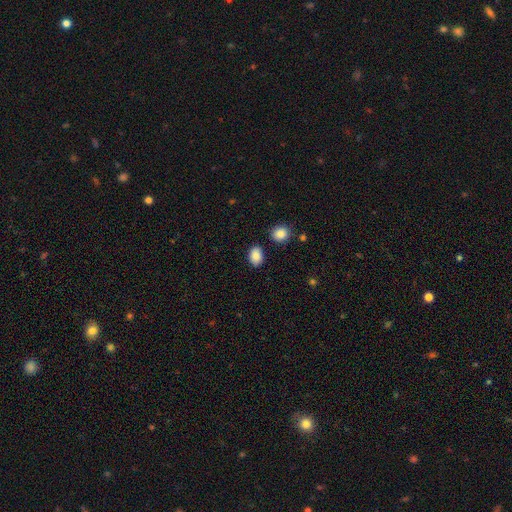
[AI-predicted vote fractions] Overall: smooth (87%). How rounded: in between (77%). Merging: none (83%).